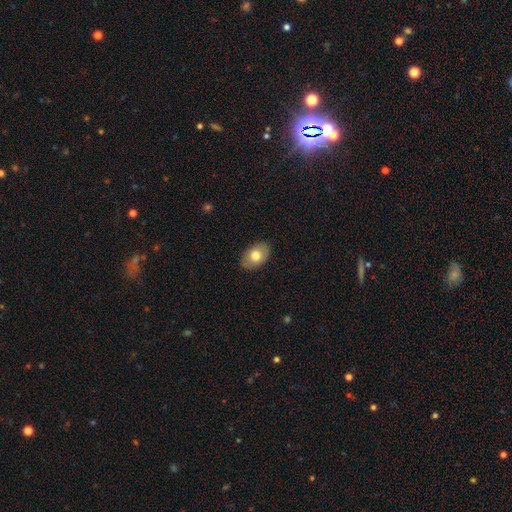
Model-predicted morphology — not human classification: The model was most divided on "smooth or featured": smooth: 76%, featured or disk: 17%, star or artifact: 7%. More confident: how rounded — in between (86%); merging — none (86%).